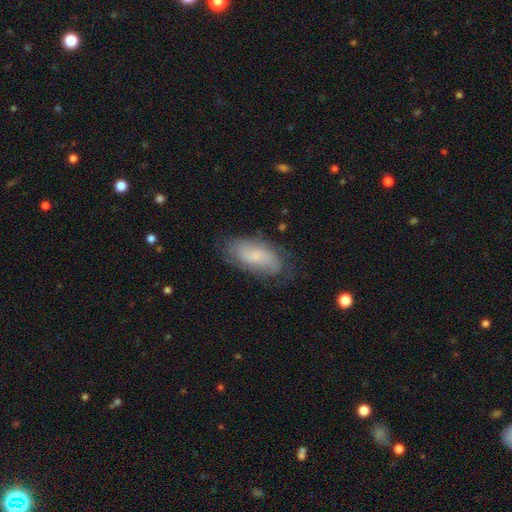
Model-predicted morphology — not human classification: This appears to be a smooth galaxy with no disk features (53%) that is in between round and cigar-shaped (88%). Merging: none (69%).